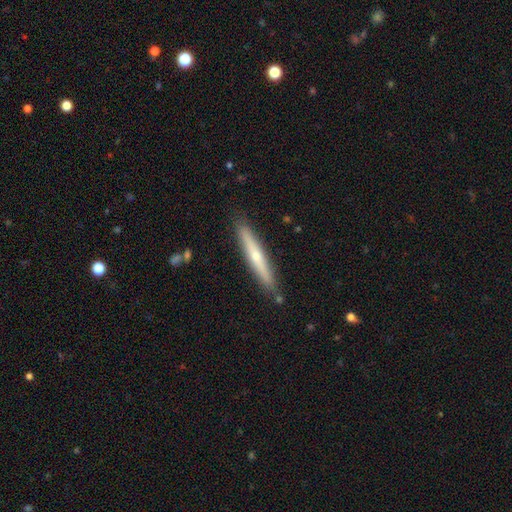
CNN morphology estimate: This appears to be a featured or disk galaxy (56%) viewed edge-on (95%) with a rounded central bulge (76%). Merging: none (88%).